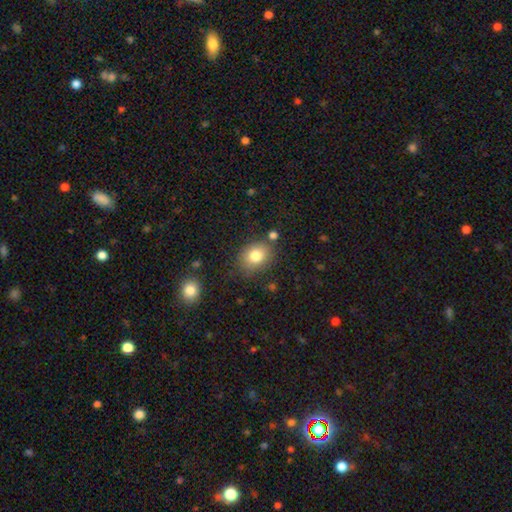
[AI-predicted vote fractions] Q: Smooth or featured?
A: smooth (80%); runner-up: star or artifact (10%)
Q: How rounded?
A: in between (54%); runner-up: round (45%)
Q: Merging?
A: none (76%); runner-up: minor disturbance (14%)